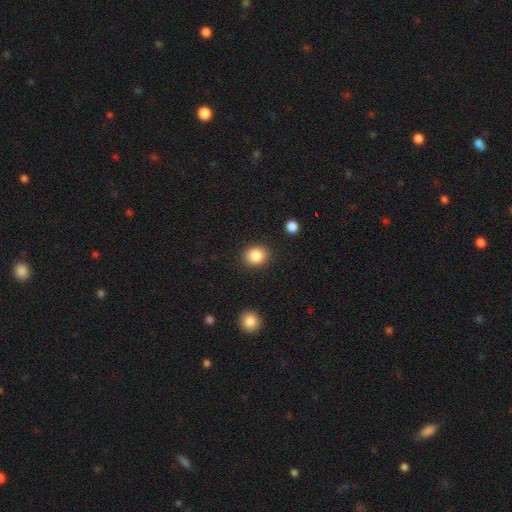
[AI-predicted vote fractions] A smooth galaxy with no disk features (86%) that is round (75%). Merging: none (88%).